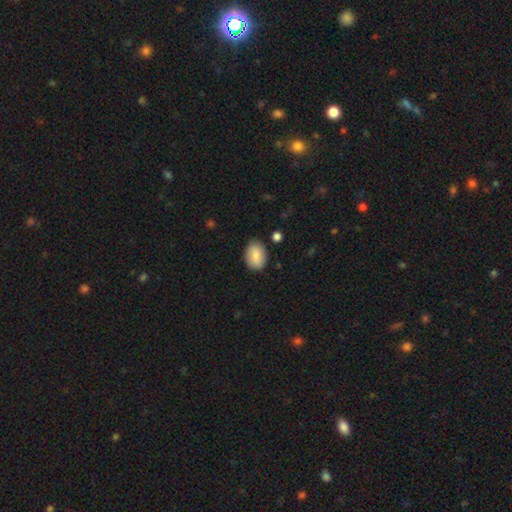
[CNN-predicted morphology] smooth-or-featured: smooth: 86% | featured or disk: 8% | star or artifact: 6%
  how-rounded: in between: 83% | round: 16% | cigar-shaped: 1%
  merging: none: 84% | minor disturbance: 12% | major disturbance: 3% | merger: 2%